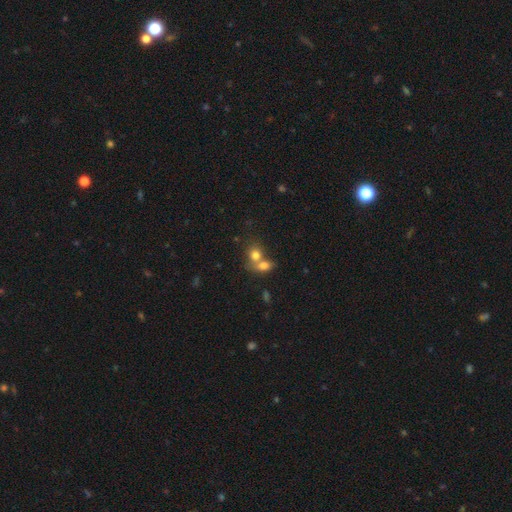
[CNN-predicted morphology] smooth_or_featured: smooth (p=0.77) [alt: featured or disk p=0.13]
how_rounded: round (p=0.56) [alt: in between p=0.43]
merging: merger (p=0.62) [alt: none p=0.28]